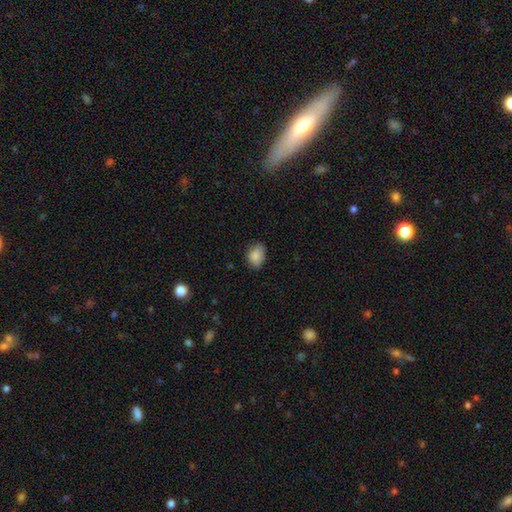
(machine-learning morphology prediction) Q: Smooth or featured?
A: smooth (85%); runner-up: star or artifact (9%)
Q: How rounded?
A: in between (72%); runner-up: round (27%)
Q: Merging?
A: none (72%); runner-up: minor disturbance (23%)